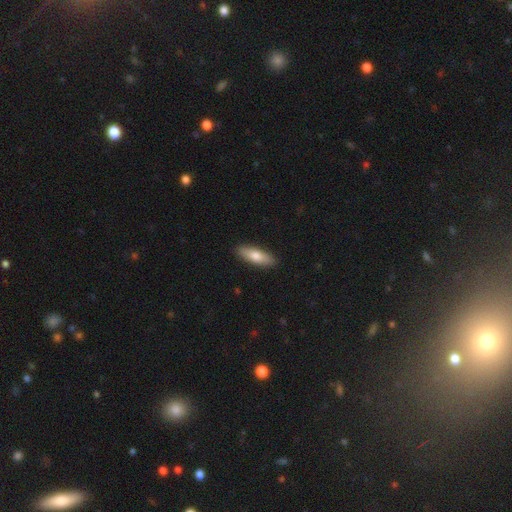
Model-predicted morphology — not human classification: Smooth or featured? Predicted: smooth (p=0.75). How rounded? Predicted: in between (p=0.52). Merging? Predicted: none (p=0.90).